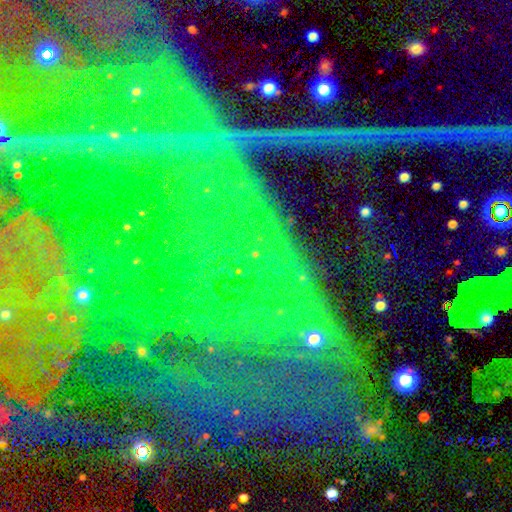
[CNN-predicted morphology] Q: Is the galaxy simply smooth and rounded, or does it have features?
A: star or artifact — 83%.